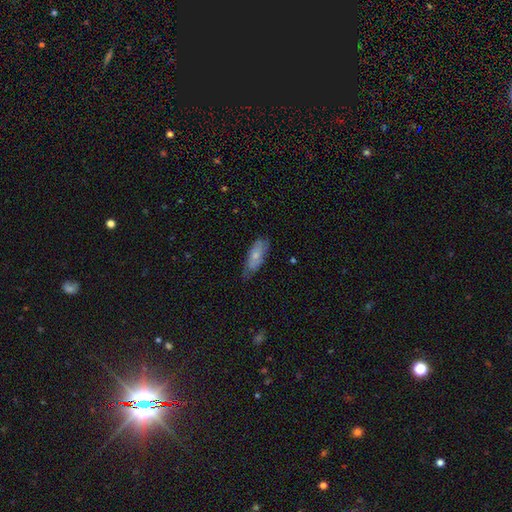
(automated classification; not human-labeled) Smooth or featured?
  - smooth: 60% *
  - featured or disk: 34%
  - star or artifact: 6%
How rounded?
  - in between: 74% *
  - cigar-shaped: 24%
  - round: 2%
Merging?
  - none: 63% *
  - minor disturbance: 29%
  - major disturbance: 6%
  - merger: 2%